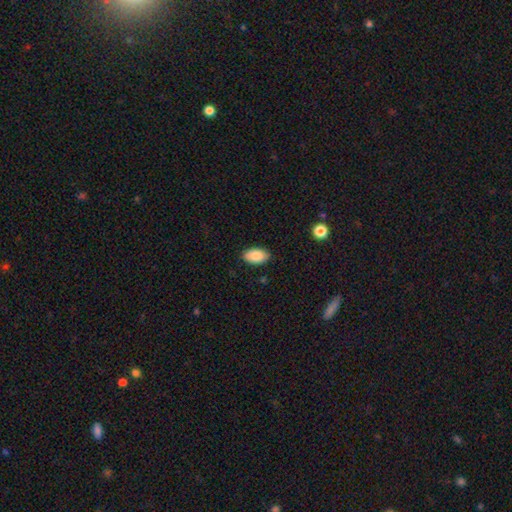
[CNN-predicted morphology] Smooth or featured? Predicted: smooth (p=0.87). How rounded? Predicted: in between (p=0.94). Merging? Predicted: none (p=0.87).